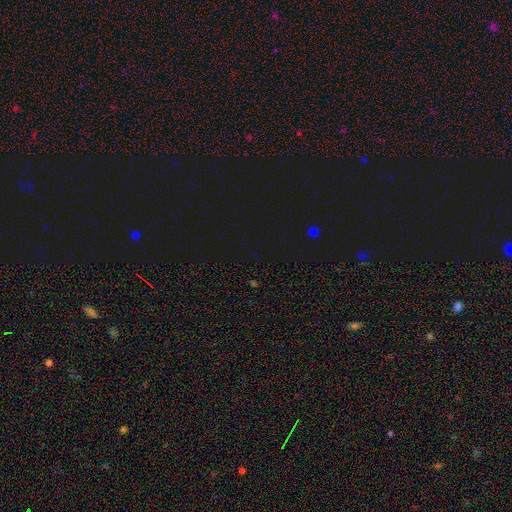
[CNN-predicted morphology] This is likely a star or artifact rather than a galaxy (72%).